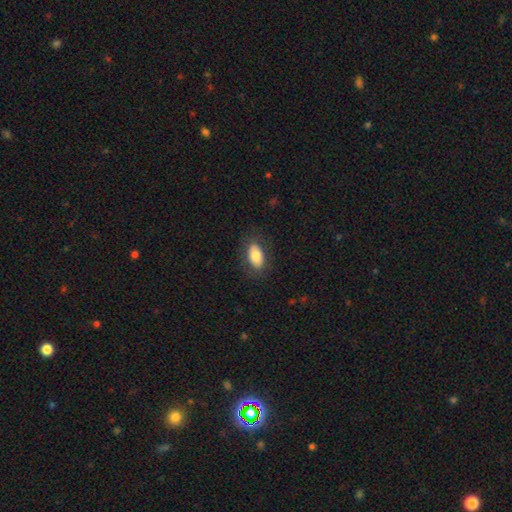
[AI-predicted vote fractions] Smooth or featured: smooth — 78% (featured or disk — 15%)
How rounded: in between — 91% (round — 6%)
Merging: none — 82% (minor disturbance — 13%)